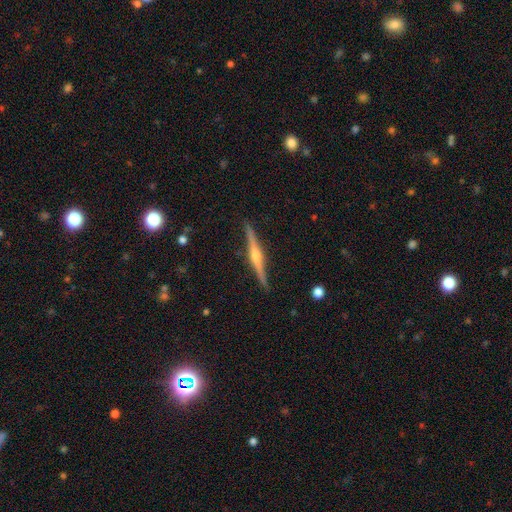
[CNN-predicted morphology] Q: Smooth or featured?
A: featured or disk (84%); runner-up: smooth (11%)
Q: Edge-on disk?
A: yes (98%); runner-up: no (2%)
Q: Edge-on bulge?
A: rounded (91%); runner-up: boxy (5%)
Q: Merging?
A: none (90%); runner-up: minor disturbance (7%)